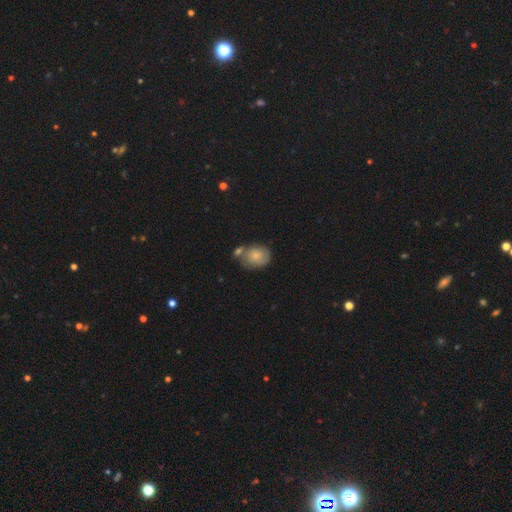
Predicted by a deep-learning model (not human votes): Smooth or featured?
  - smooth: 70% *
  - featured or disk: 22%
  - star or artifact: 8%
How rounded?
  - round: 51% *
  - in between: 48%
  - cigar-shaped: 1%
Merging?
  - none: 48% *
  - merger: 26%
  - minor disturbance: 20%
  - major disturbance: 6%